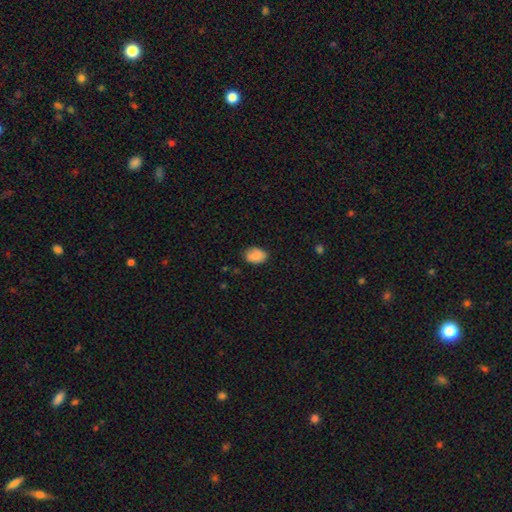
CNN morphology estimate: Smooth or featured? Predicted: smooth (p=0.87). How rounded? Predicted: in between (p=0.78). Merging? Predicted: none (p=0.78).